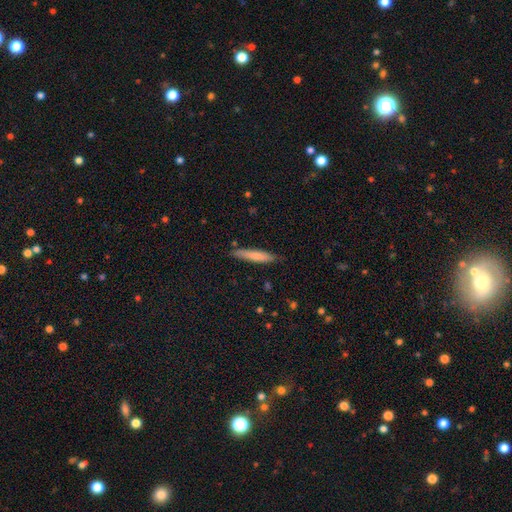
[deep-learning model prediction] A smooth galaxy with no disk features (73%) that is cigar-shaped (90%).

Vote fractions:
- Smooth or featured? smooth: 73% / featured or disk: 21% / star or artifact: 6%
- How rounded? cigar-shaped: 90% / in between: 9% / round: 1%
- Merging? none: 83% / minor disturbance: 13% / major disturbance: 2% / merger: 2%